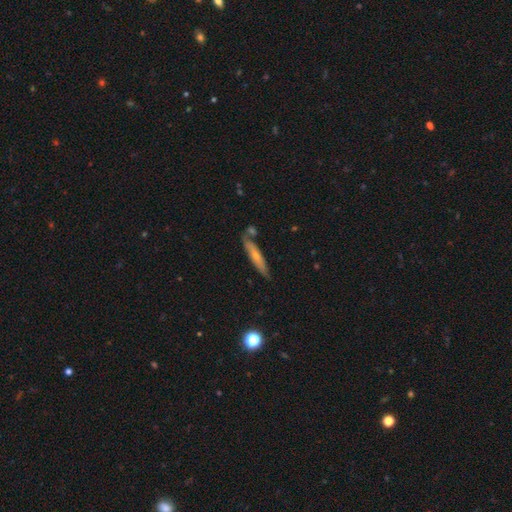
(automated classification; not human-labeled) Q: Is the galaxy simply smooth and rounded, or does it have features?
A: smooth — 52%.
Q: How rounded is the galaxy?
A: cigar-shaped — 87%.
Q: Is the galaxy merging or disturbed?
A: none — 70%.